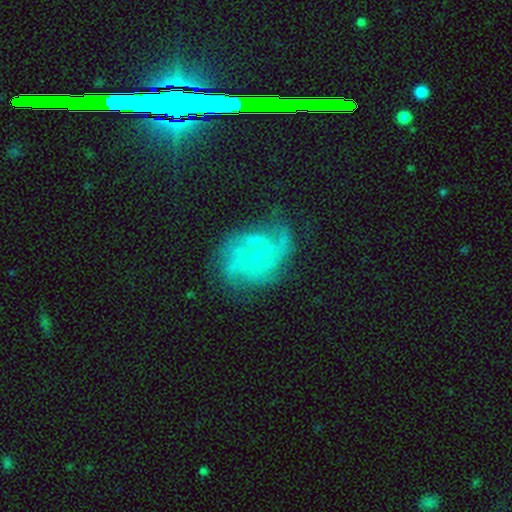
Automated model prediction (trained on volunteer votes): Morphology: type=featured or disk (75%); edge-on=no (98%); bar=no (77%); spiral arms=yes (94%); winding=tight (48%); arm count=3 (28%, tied with can't tell); bulge=small (76%); merging=none (64%).